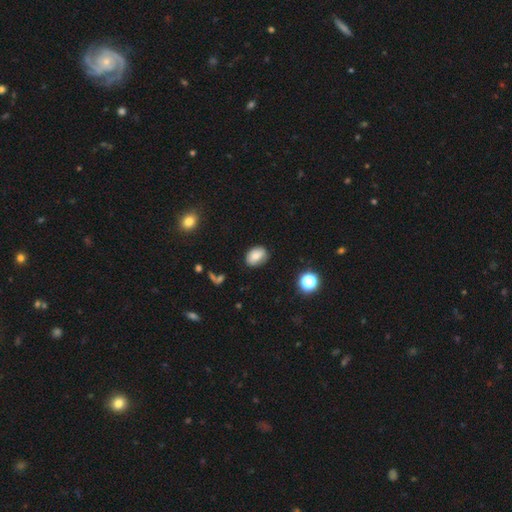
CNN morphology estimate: Smooth or featured?
  - smooth: 78% *
  - featured or disk: 11%
  - star or artifact: 11%
How rounded?
  - in between: 77% *
  - round: 22%
  - cigar-shaped: 1%
Merging?
  - none: 78% *
  - minor disturbance: 17%
  - major disturbance: 3%
  - merger: 2%